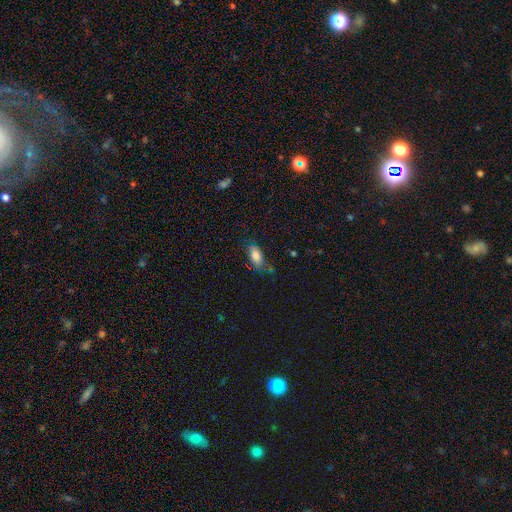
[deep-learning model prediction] A smooth galaxy with no disk features (79%) that is in between round and cigar-shaped (85%). Merging: none (68%).